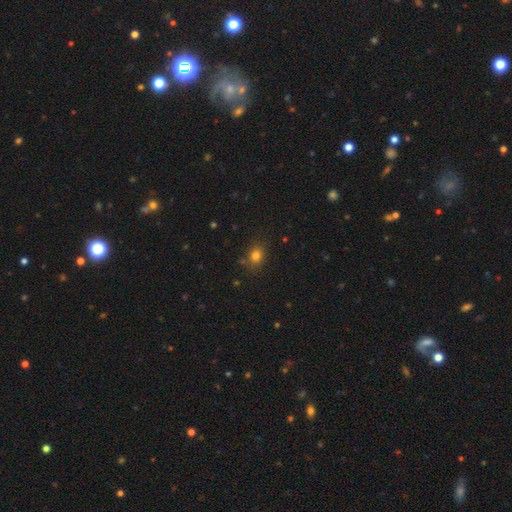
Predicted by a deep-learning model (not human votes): Smooth or featured?
  - smooth: 80% *
  - star or artifact: 14%
  - featured or disk: 6%
How rounded?
  - round: 53% *
  - in between: 46%
  - cigar-shaped: 1%
Merging?
  - none: 78% *
  - minor disturbance: 14%
  - merger: 4%
  - major disturbance: 4%